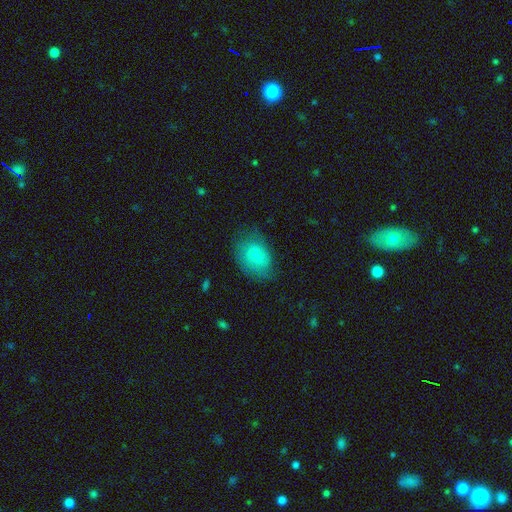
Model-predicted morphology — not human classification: This is likely a smooth galaxy (76%). How rounded: likely in between (74%). Merging: likely none (64%).